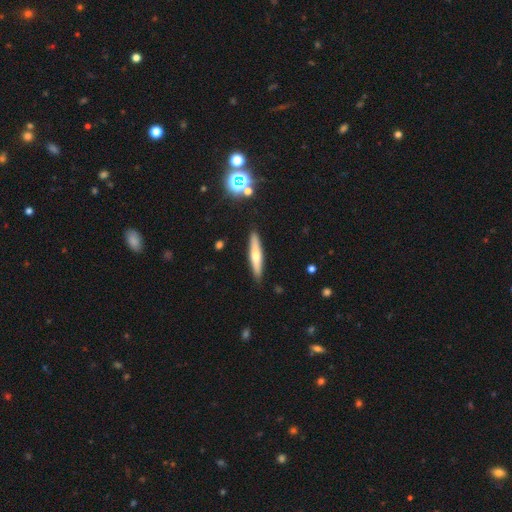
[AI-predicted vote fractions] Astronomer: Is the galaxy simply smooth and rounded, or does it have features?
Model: smooth — 49% (runner-up: featured or disk, 44%).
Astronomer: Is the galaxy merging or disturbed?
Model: none — 89%.